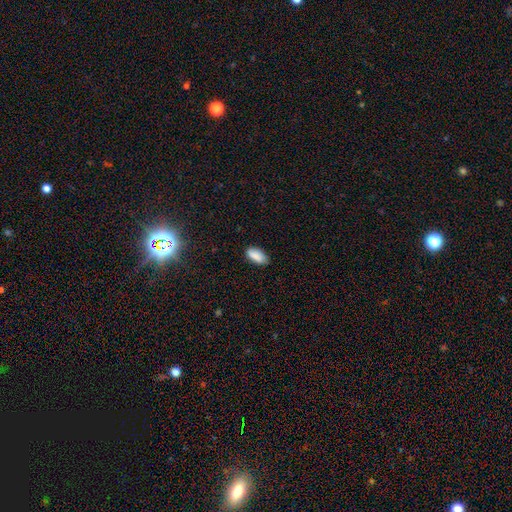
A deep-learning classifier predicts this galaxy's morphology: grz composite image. It shows a smooth galaxy with no disk features (86%) that is in between round and cigar-shaped (91%). Merging: none (78%).